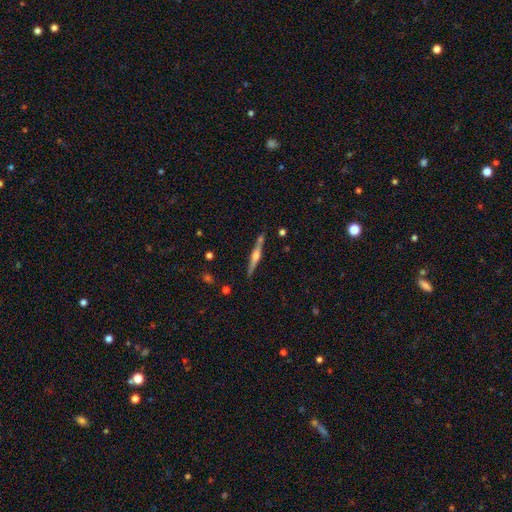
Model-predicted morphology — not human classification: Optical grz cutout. It shows a featured or disk galaxy (74%) viewed edge-on (98%) with a rounded central bulge (85%). Merging: none (85%).